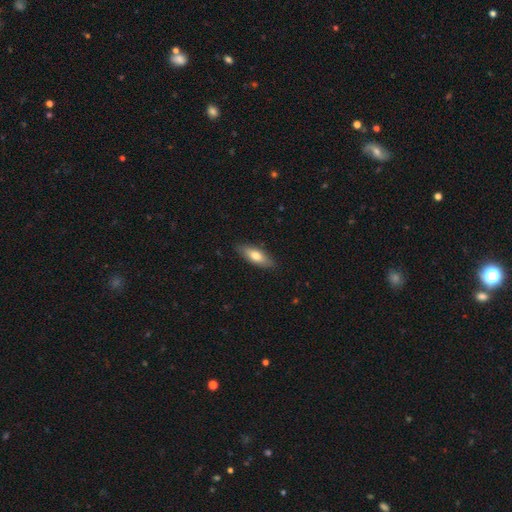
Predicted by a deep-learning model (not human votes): The model was most divided on "how rounded": in between: 68%, cigar-shaped: 30%, round: 2%. More confident: merging — none (85%); smooth or featured — smooth (72%).